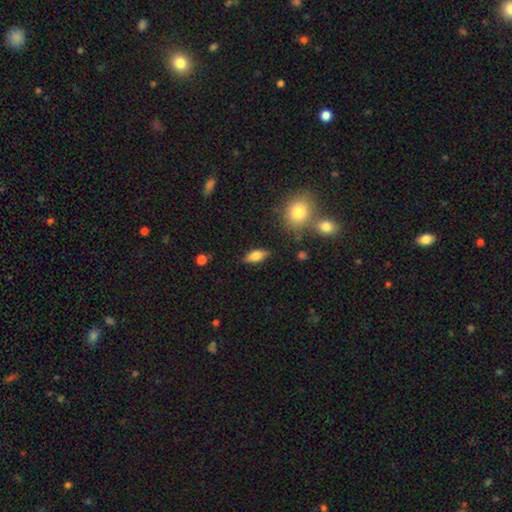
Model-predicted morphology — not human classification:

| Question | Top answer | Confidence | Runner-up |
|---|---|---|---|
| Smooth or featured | smooth | 65% | featured or disk (27%) |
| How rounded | in between | 76% | cigar-shaped (19%) |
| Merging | none | 83% | minor disturbance (11%) |